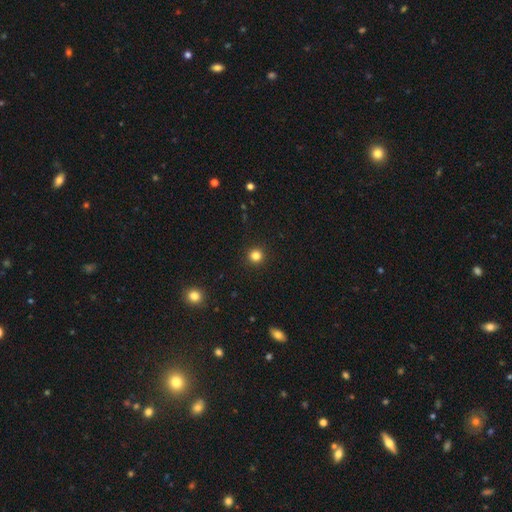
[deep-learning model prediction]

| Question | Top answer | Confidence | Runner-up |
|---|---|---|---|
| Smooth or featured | smooth | 82% | star or artifact (13%) |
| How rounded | round | 95% | in between (4%) |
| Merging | none | 93% | minor disturbance (4%) |